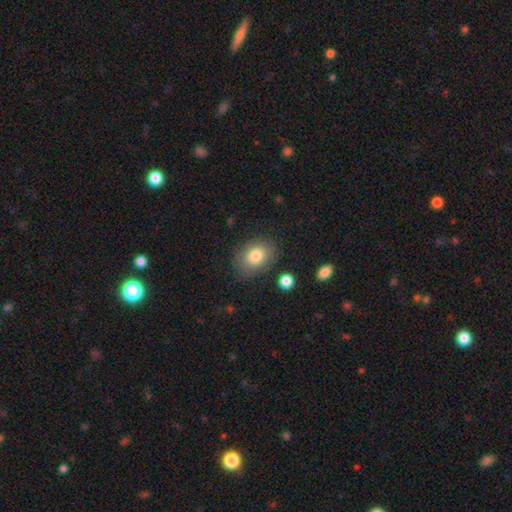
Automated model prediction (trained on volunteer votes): smooth-or-featured: smooth: 81% | featured or disk: 11% | star or artifact: 8%
  how-rounded: in between: 71% | round: 28% | cigar-shaped: 1%
  merging: none: 79% | minor disturbance: 14% | major disturbance: 5% | merger: 2%